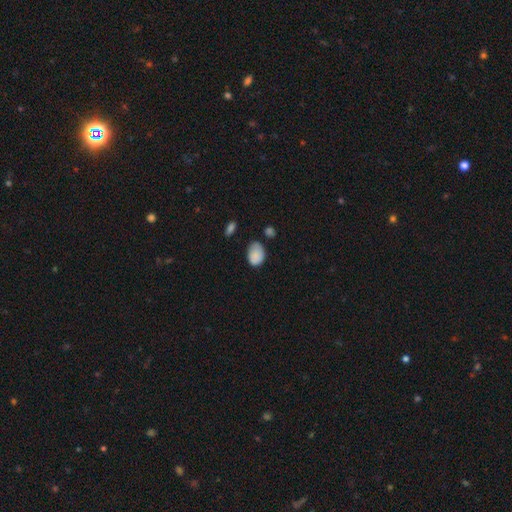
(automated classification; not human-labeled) The model was most divided on "merging": none: 57%, minor disturbance: 31%, major disturbance: 7%, merger: 4%. More confident: smooth or featured — smooth (85%); how rounded — in between (78%).